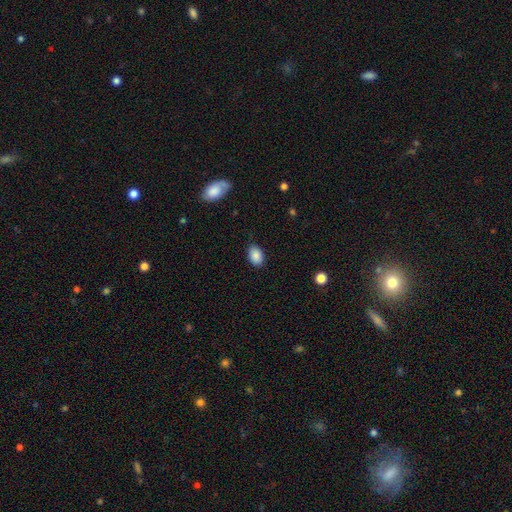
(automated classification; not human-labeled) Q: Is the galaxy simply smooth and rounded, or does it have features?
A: smooth — 88%.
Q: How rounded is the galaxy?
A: in between — 85%.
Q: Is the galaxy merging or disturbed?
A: none — 84%.